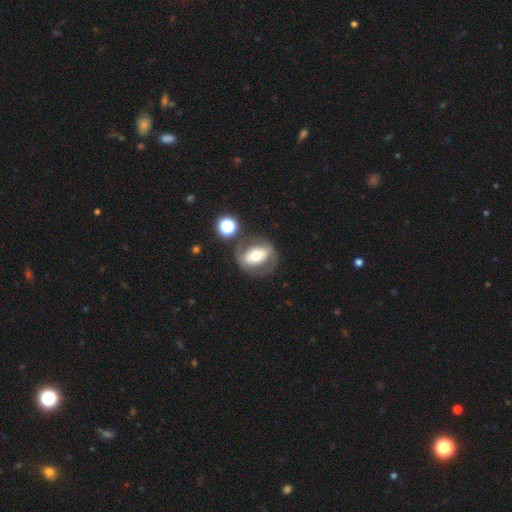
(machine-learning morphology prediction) A featured or disk galaxy (47%).

Vote fractions:
- Smooth or featured? featured or disk: 47% / smooth: 44% / star or artifact: 9%
- Merging? none: 65% / minor disturbance: 16% / major disturbance: 11% / merger: 8%